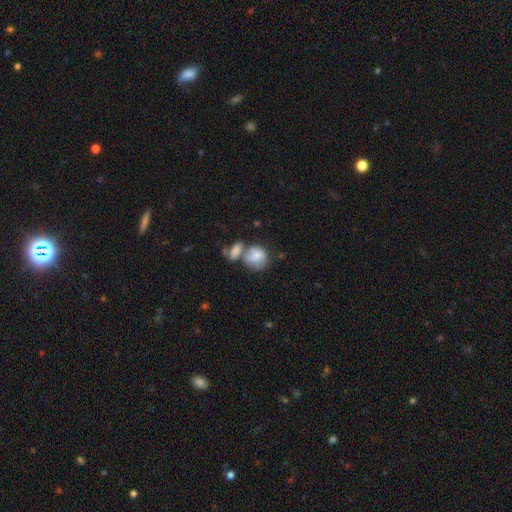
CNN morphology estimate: smooth 72%, featured or disk 21%, star or artifact 7%. Down the decision tree: how rounded — round (60%); merging — merger (53%).